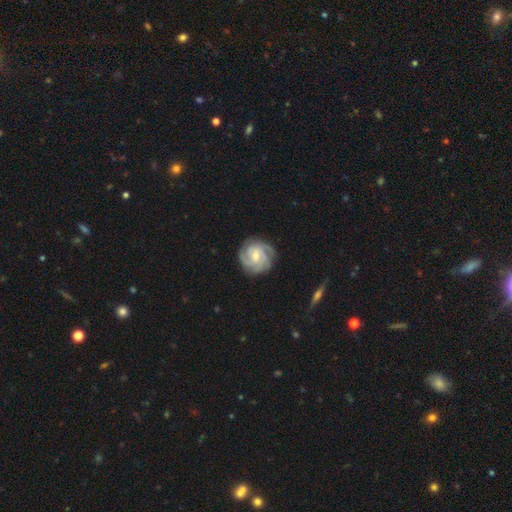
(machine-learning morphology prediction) smooth_or_featured: featured or disk (p=0.85) [alt: smooth p=0.10]
disk_edge_on: no (p=0.98) [alt: yes p=0.02]
bar: no (p=0.53) [alt: weak p=0.38]
has_spiral_arms: yes (p=0.97) [alt: no p=0.03]
spiral_winding: tight (p=0.68) [alt: medium p=0.28]
spiral_arm_count: 3 (p=0.42) [alt: 4 p=0.21]
bulge_size: moderate (p=0.50) [alt: small p=0.46]
merging: none (p=0.82) [alt: minor disturbance p=0.13]